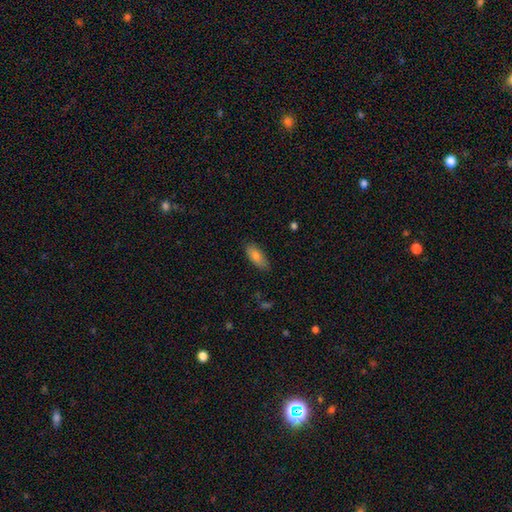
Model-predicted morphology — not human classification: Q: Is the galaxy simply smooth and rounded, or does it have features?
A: smooth — 76%.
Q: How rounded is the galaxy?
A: in between — 80%.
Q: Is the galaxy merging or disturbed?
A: none — 83%.